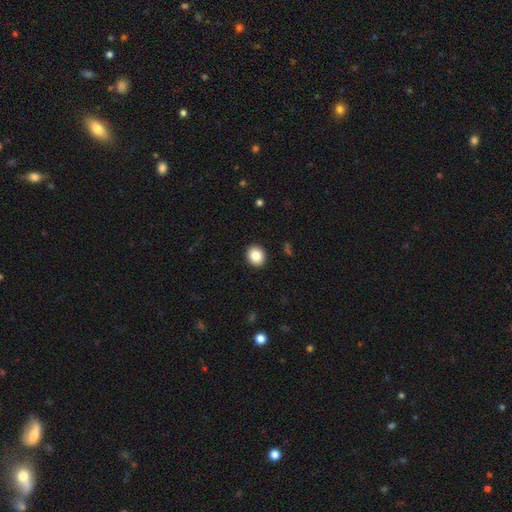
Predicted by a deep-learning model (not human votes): smooth-or-featured: smooth: 85% | star or artifact: 9% | featured or disk: 6%
  how-rounded: round: 70% | in between: 30% | cigar-shaped: 1%
  merging: none: 91% | minor disturbance: 6% | major disturbance: 2% | merger: 1%